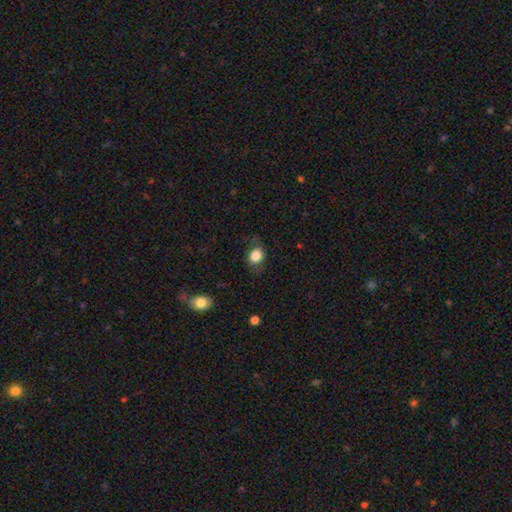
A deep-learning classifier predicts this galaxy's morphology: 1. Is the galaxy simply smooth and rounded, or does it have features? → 83% smooth, 9% star or artifact, 8% featured or disk.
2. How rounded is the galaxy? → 51% round, 48% in between, 1% cigar-shaped.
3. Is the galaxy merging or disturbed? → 71% none, 19% minor disturbance, 8% major disturbance, 1% merger.